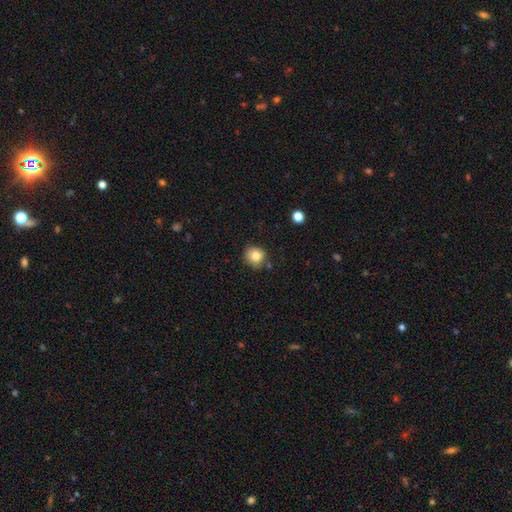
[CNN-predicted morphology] This is clearly a smooth galaxy (81%). How rounded: clearly round (82%). Merging: likely none (76%).